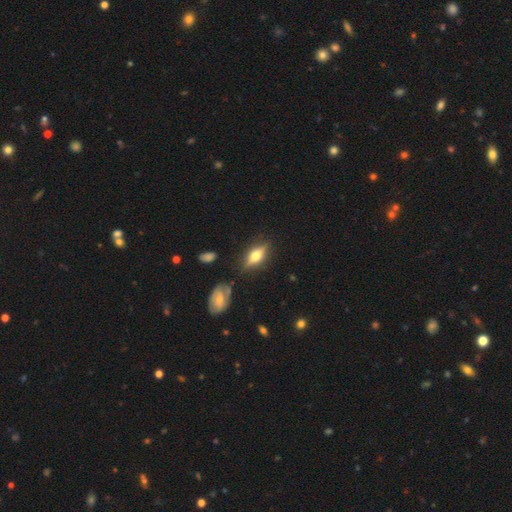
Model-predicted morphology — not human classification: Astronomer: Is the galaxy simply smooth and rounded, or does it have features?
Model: featured or disk — 62%.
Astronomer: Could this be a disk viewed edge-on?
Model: yes — 89%.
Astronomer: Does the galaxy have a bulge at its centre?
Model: rounded — 94%.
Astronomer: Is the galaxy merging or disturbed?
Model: none — 80%.